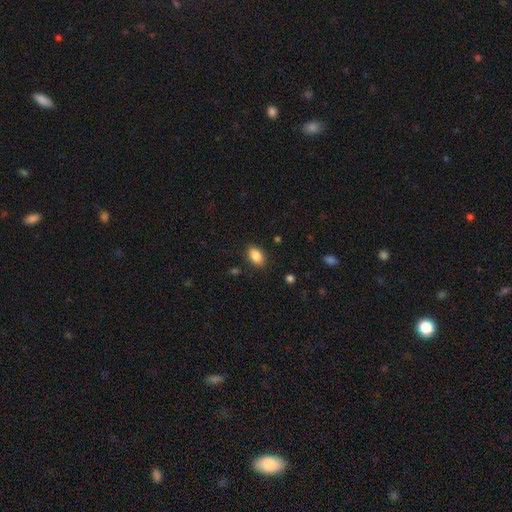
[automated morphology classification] smooth_or_featured: smooth (p=0.88) [alt: star or artifact p=0.08]
how_rounded: in between (p=0.89) [alt: round p=0.09]
merging: none (p=0.86) [alt: minor disturbance p=0.10]